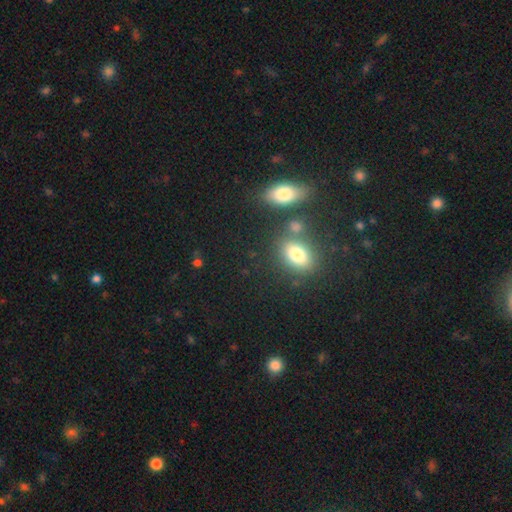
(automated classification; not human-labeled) This appears to be a smooth galaxy with no disk features (62%) that is in between round and cigar-shaped (67%). Merging: none (62%).